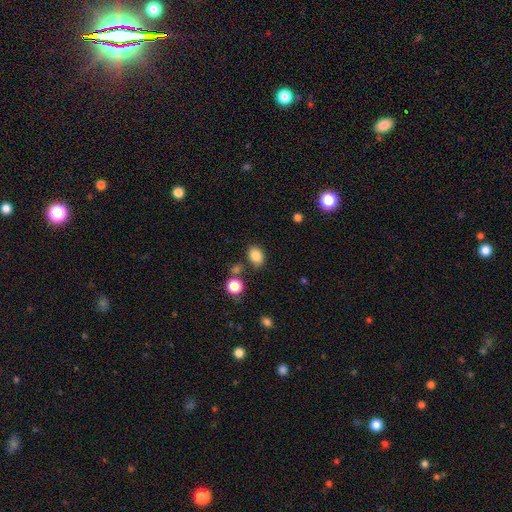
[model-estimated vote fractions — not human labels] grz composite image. It shows a smooth galaxy with no disk features (84%) that is in between round and cigar-shaped (66%). Merging: none (77%).